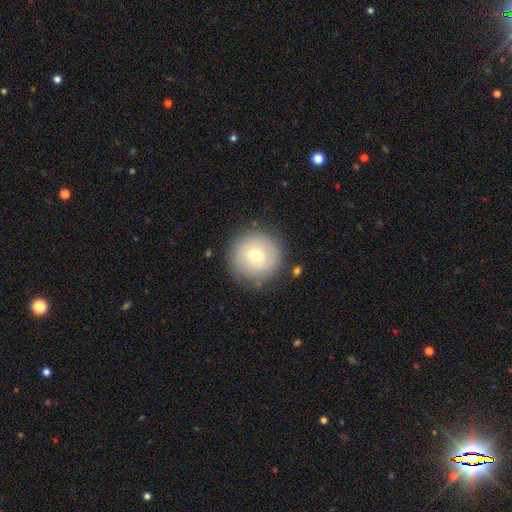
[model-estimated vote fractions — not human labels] A smooth galaxy with no disk features (64%) that is round (96%).

Vote fractions:
- Smooth or featured? smooth: 64% / featured or disk: 27% / star or artifact: 9%
- How rounded? round: 96% / in between: 3% / cigar-shaped: 1%
- Merging? none: 84% / minor disturbance: 11% / major disturbance: 4% / merger: 2%